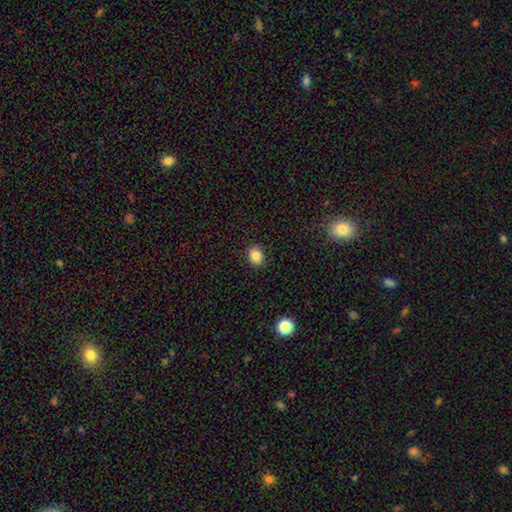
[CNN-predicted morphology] Smooth or featured: smooth — 84% (star or artifact — 10%)
How rounded: round — 50% (tied with in between — 50%)
Merging: none — 90% (minor disturbance — 7%)